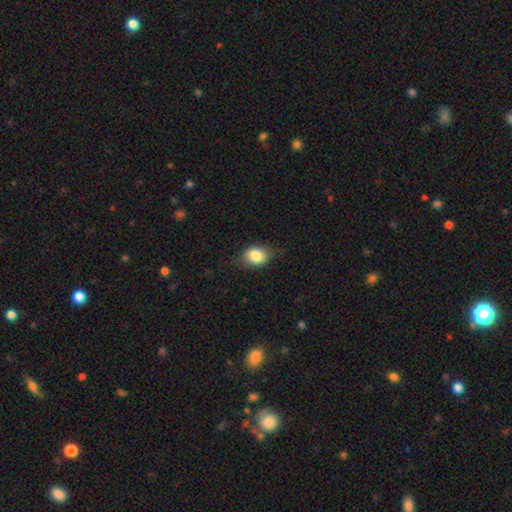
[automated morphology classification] Q: Smooth or featured?
A: smooth (83%); runner-up: star or artifact (9%)
Q: How rounded?
A: in between (57%); runner-up: round (42%)
Q: Merging?
A: none (74%); runner-up: minor disturbance (20%)